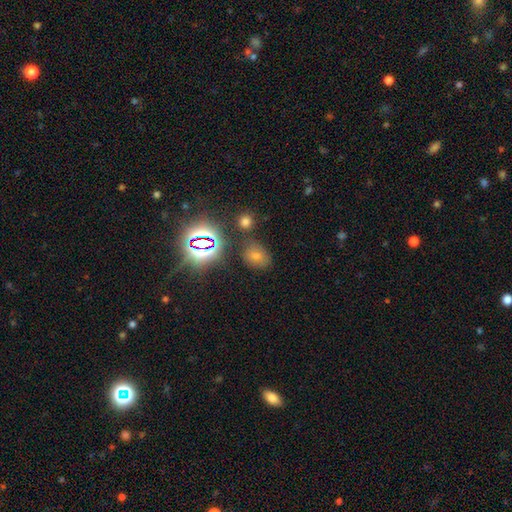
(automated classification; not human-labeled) smooth_or_featured: star or artifact (p=0.46) [alt: smooth p=0.42]